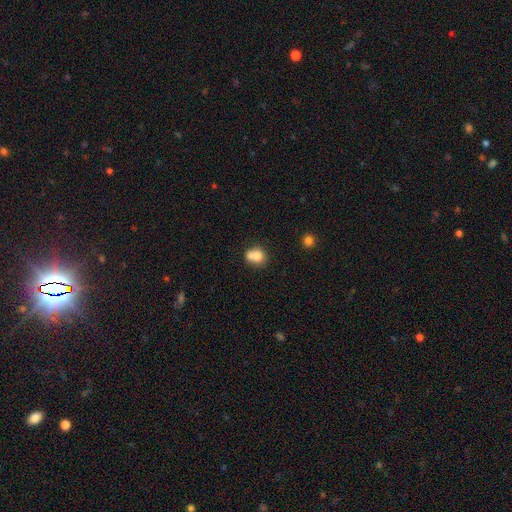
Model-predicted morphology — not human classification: A smooth galaxy with no disk features (74%) that is round (68%).

Vote fractions:
- Smooth or featured? smooth: 74% / featured or disk: 15% / star or artifact: 10%
- How rounded? round: 68% / in between: 31% / cigar-shaped: 1%
- Merging? merger: 42% / none: 39% / minor disturbance: 14% / major disturbance: 5%